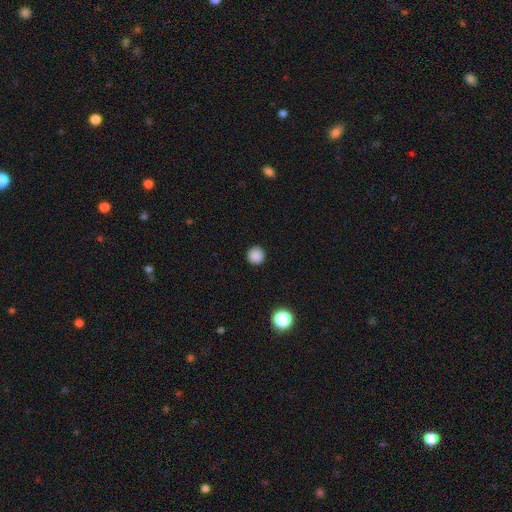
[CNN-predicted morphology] Q: Smooth or featured?
A: smooth (87%); runner-up: star or artifact (10%)
Q: How rounded?
A: round (96%); runner-up: in between (3%)
Q: Merging?
A: none (92%); runner-up: minor disturbance (5%)